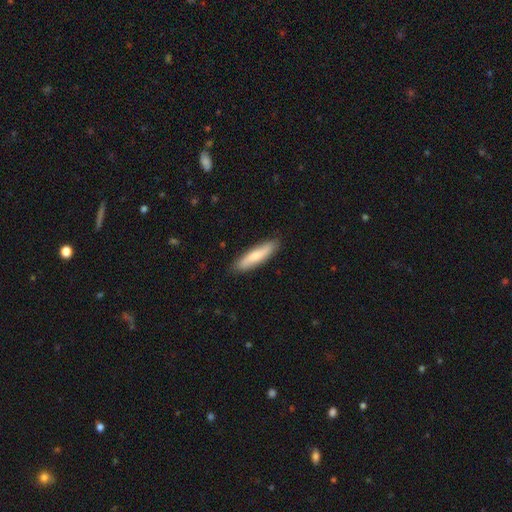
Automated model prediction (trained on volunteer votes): This is likely a smooth galaxy (68%). How rounded: clearly cigar-shaped (81%). Merging: clearly none (88%).